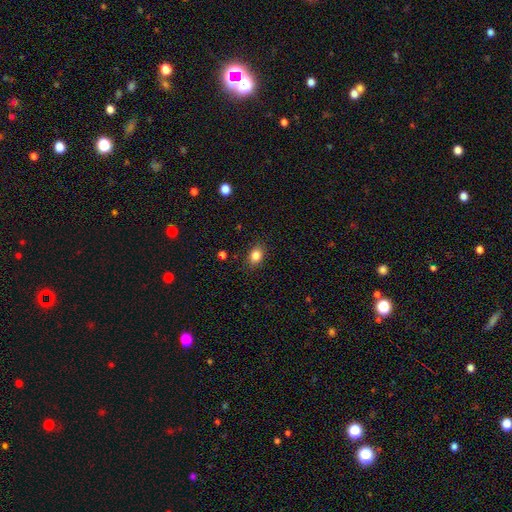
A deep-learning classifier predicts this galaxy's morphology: The model was most divided on "how rounded": in between: 64%, round: 35%, cigar-shaped: 1%. More confident: merging — none (86%); smooth or featured — smooth (84%).